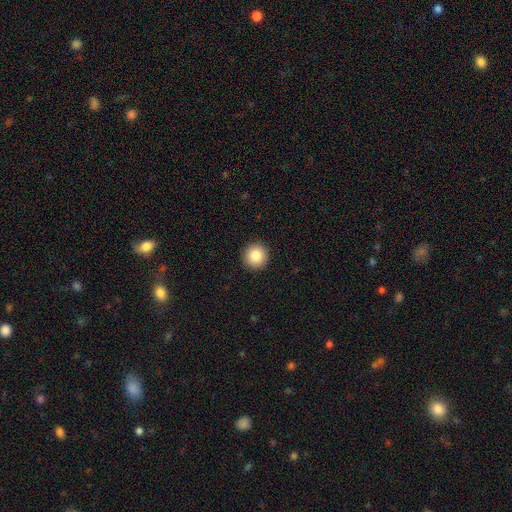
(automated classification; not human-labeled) A smooth galaxy with no disk features (85%) that is round (95%).

Vote fractions:
- Smooth or featured? smooth: 85% / star or artifact: 9% / featured or disk: 6%
- How rounded? round: 95% / in between: 4% / cigar-shaped: 1%
- Merging? none: 93% / minor disturbance: 4% / major disturbance: 1% / merger: 1%